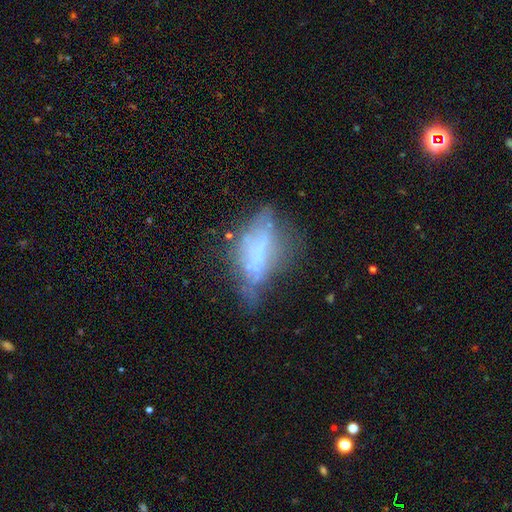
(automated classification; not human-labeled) This appears to be a featured or disk galaxy (52%). Merging: none (34%).